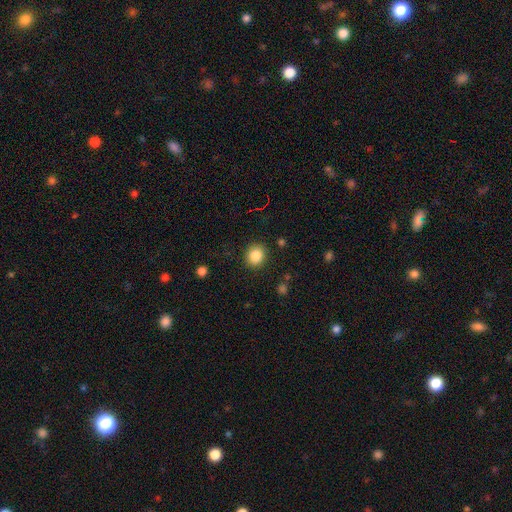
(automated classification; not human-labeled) Morphology: type=smooth (84%); roundness=round (81%); merging=none (89%).